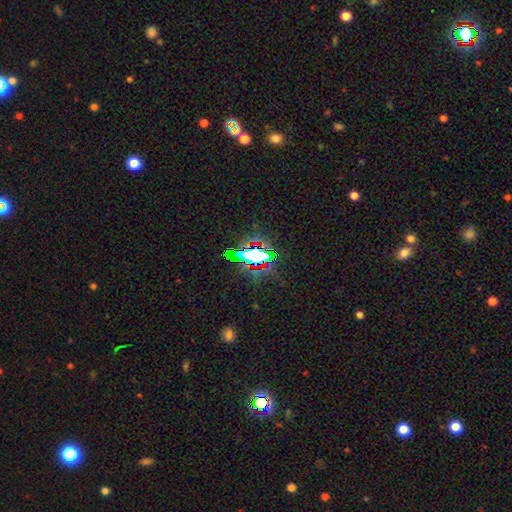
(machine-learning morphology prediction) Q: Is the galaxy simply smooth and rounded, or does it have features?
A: star or artifact — 62%.